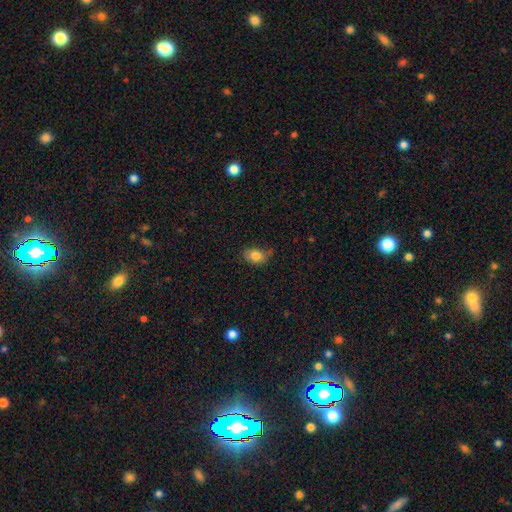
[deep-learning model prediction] Q: Smooth or featured?
A: smooth (82%); runner-up: featured or disk (10%)
Q: How rounded?
A: in between (79%); runner-up: round (20%)
Q: Merging?
A: none (62%); runner-up: minor disturbance (29%)